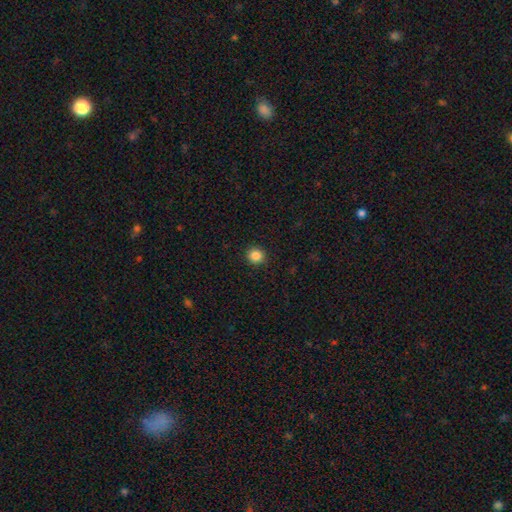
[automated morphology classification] The model was most divided on "smooth or featured": smooth: 86%, star or artifact: 11%, featured or disk: 3%. More confident: how rounded — round (93%); merging — none (92%).